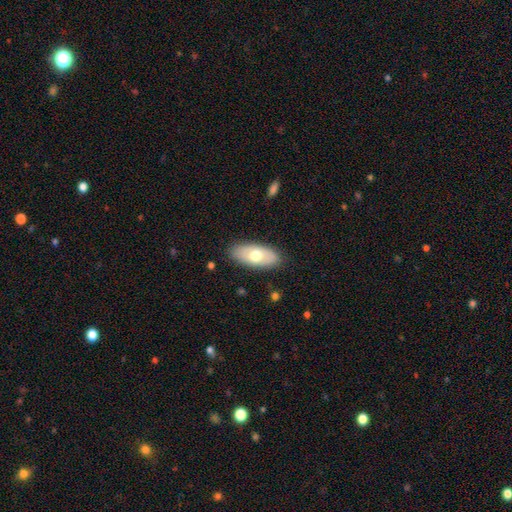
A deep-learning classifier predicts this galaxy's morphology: smooth_or_featured: smooth (p=0.65) [alt: featured or disk p=0.30]
how_rounded: in between (p=0.88) [alt: cigar-shaped p=0.09]
merging: none (p=0.86) [alt: minor disturbance p=0.10]